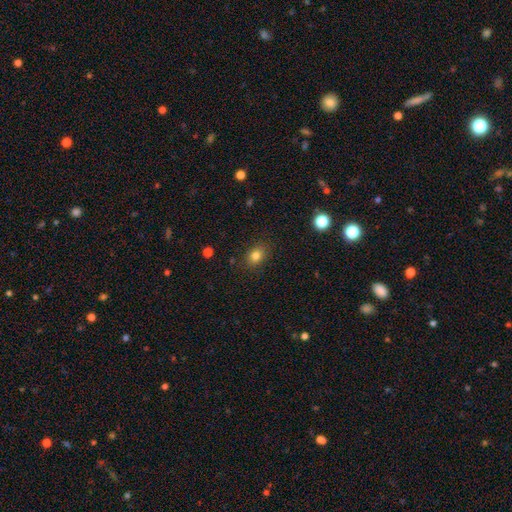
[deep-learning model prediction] Smooth or featured? Predicted: smooth (p=0.81). How rounded? Predicted: in between (p=0.59). Merging? Predicted: none (p=0.86).